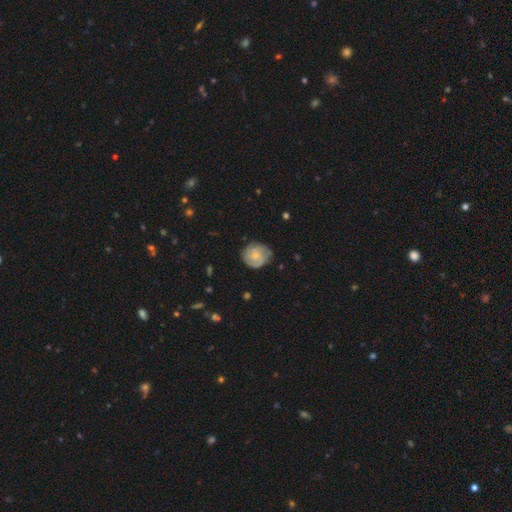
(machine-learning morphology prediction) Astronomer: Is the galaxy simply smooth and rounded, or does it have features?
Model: featured or disk — 64%.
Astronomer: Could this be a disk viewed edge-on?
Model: no — 98%.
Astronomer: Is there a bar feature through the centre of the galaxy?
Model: no — 74%.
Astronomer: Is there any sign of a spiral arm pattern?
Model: yes — 91%.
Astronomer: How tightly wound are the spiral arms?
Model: tight — 61%.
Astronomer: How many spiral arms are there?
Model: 2 — 34% (runner-up: 3, 27%).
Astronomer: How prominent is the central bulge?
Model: small — 69%.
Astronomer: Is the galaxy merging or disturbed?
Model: none — 75%.